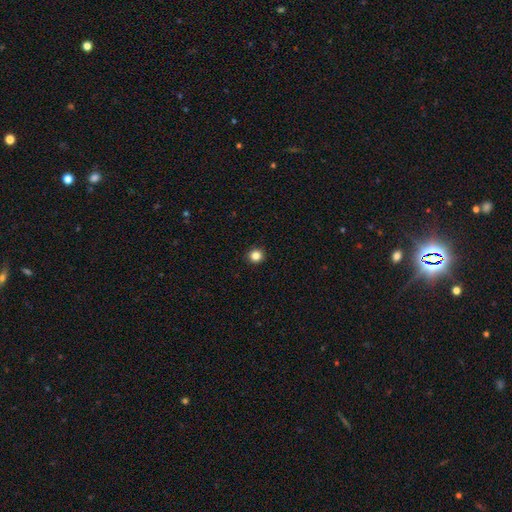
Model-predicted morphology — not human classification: smooth 84%, star or artifact 12%, featured or disk 4%. Down the decision tree: how rounded — round (94%); merging — none (93%).